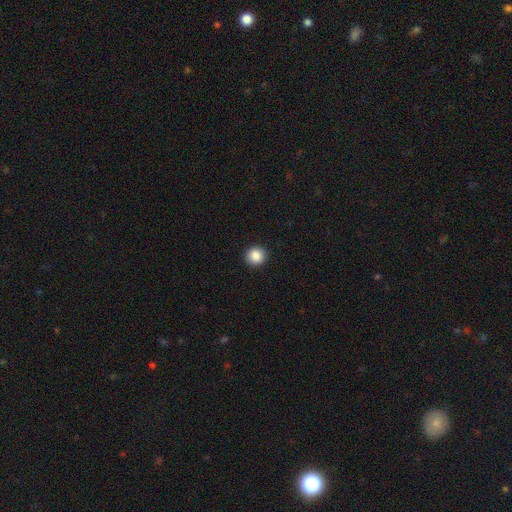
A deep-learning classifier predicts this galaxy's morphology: smooth-or-featured: smooth: 87% | star or artifact: 9% | featured or disk: 4%
  how-rounded: round: 93% | in between: 6% | cigar-shaped: 1%
  merging: none: 93% | minor disturbance: 5% | major disturbance: 2% | merger: 1%